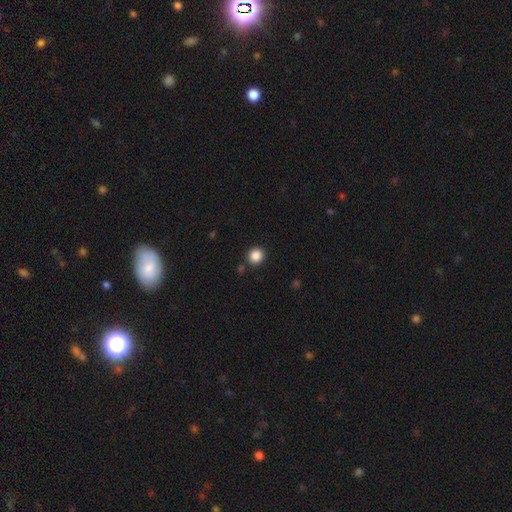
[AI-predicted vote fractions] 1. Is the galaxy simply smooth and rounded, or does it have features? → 86% smooth, 11% star or artifact, 3% featured or disk.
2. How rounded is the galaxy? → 92% round, 7% in between, 1% cigar-shaped.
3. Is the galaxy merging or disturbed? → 88% none, 6% minor disturbance, 3% merger, 2% major disturbance.